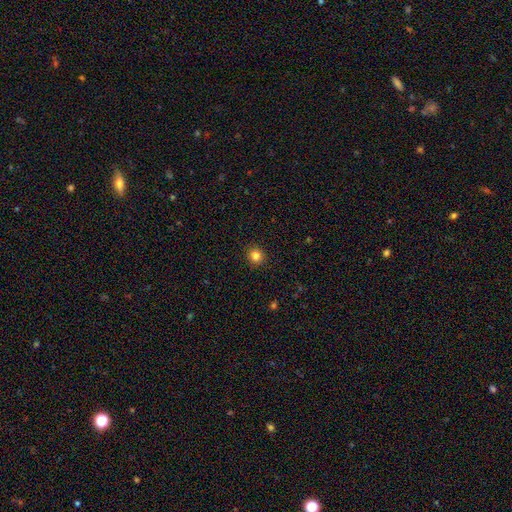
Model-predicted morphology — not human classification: smooth 83%, star or artifact 12%, featured or disk 5%. Down the decision tree: how rounded — round (92%); merging — none (93%).